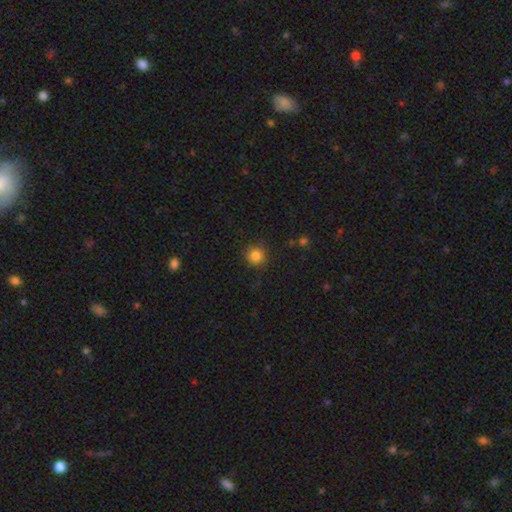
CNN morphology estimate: Overall: smooth (84%). How rounded: round (93%). Merging: none (86%).